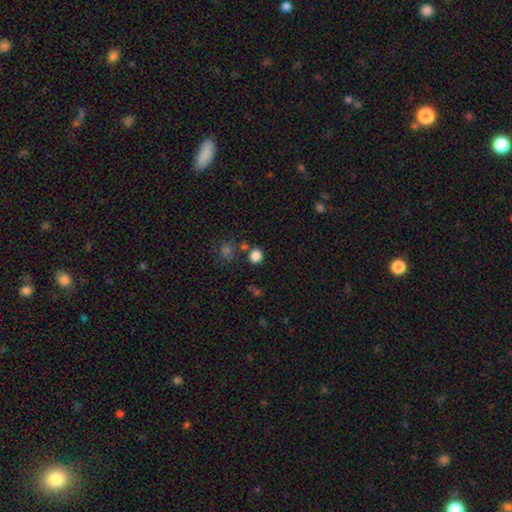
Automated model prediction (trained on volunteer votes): smooth-or-featured: smooth: 83% | star or artifact: 13% | featured or disk: 4%
  how-rounded: round: 73% | in between: 26% | cigar-shaped: 1%
  merging: none: 76% | merger: 10% | minor disturbance: 10% | major disturbance: 4%